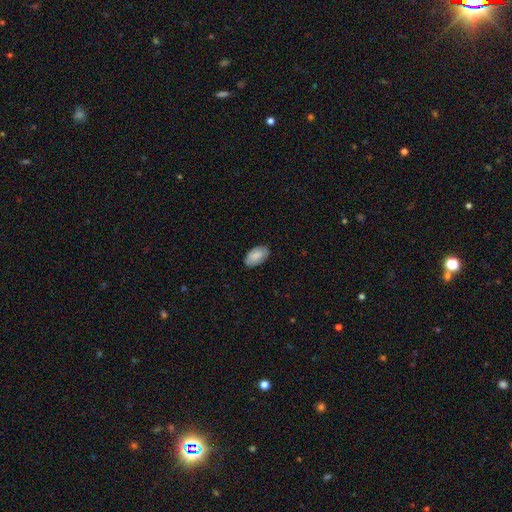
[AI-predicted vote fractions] This is clearly a smooth galaxy (84%). How rounded: clearly in between (95%). Merging: clearly none (85%).